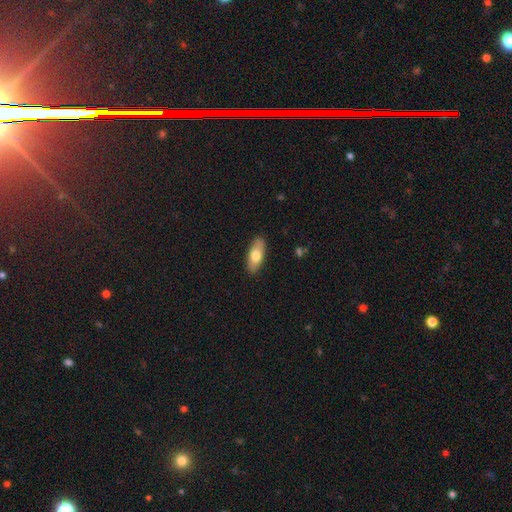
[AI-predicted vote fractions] Overall: smooth (71%). How rounded: in between (78%). Merging: none (88%).